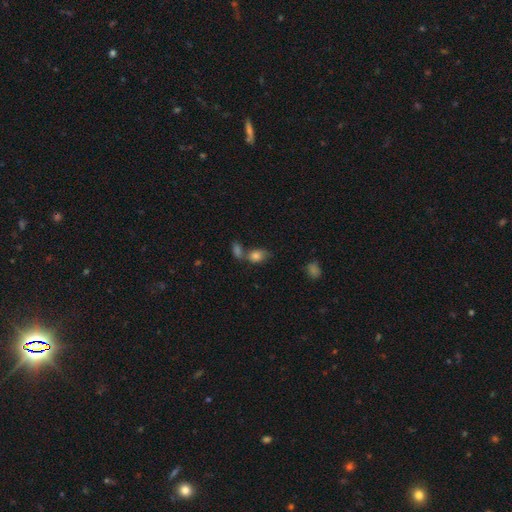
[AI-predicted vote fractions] This appears to be a smooth galaxy with no disk features (80%) that is in between round and cigar-shaped (77%). Merging: merger (43%).